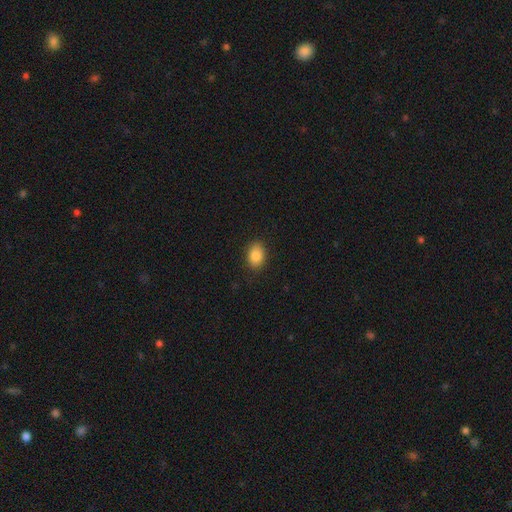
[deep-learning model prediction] smooth_or_featured: smooth (p=0.86) [alt: star or artifact p=0.08]
how_rounded: in between (p=0.78) [alt: round p=0.21]
merging: none (p=0.87) [alt: minor disturbance p=0.09]